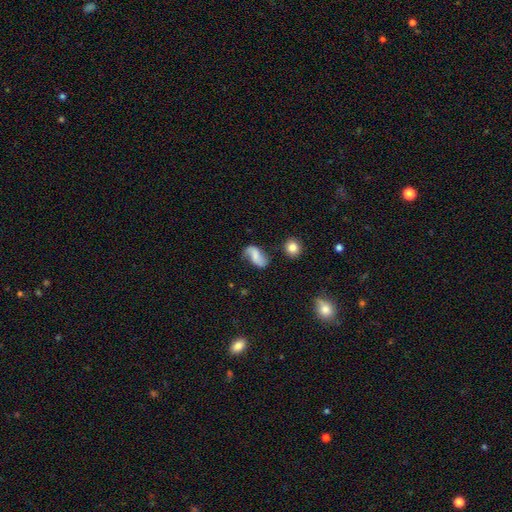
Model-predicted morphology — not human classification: smooth_or_featured: featured or disk (p=0.52) [alt: smooth p=0.39]
disk_edge_on: no (p=0.96) [alt: yes p=0.04]
merging: none (p=0.60) [alt: minor disturbance p=0.24]